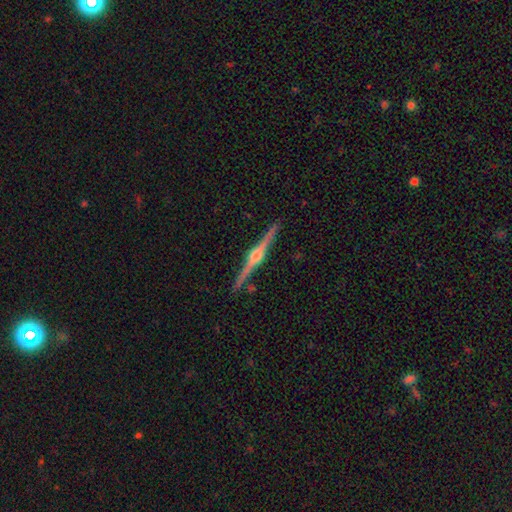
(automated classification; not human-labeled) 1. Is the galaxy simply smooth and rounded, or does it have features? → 88% featured or disk, 7% smooth, 5% star or artifact.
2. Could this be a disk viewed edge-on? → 99% yes, 1% no.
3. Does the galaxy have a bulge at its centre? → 94% rounded, 4% boxy, 2% none.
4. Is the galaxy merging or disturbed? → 91% none, 6% minor disturbance, 1% merger, 1% major disturbance.